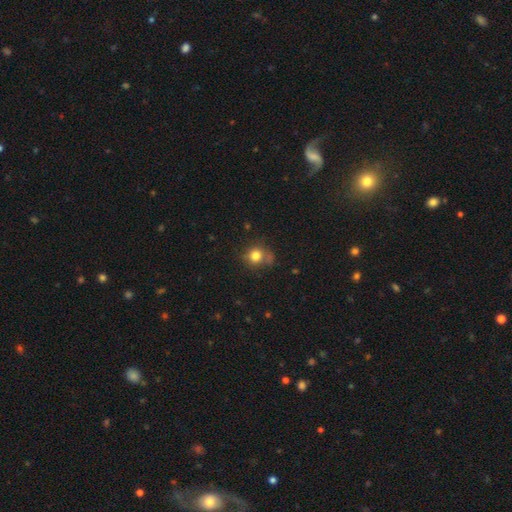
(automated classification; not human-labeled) Smooth or featured?
  - smooth: 79% *
  - star or artifact: 12%
  - featured or disk: 9%
How rounded?
  - round: 82% *
  - in between: 17%
  - cigar-shaped: 1%
Merging?
  - none: 64% *
  - minor disturbance: 21%
  - merger: 8%
  - major disturbance: 8%